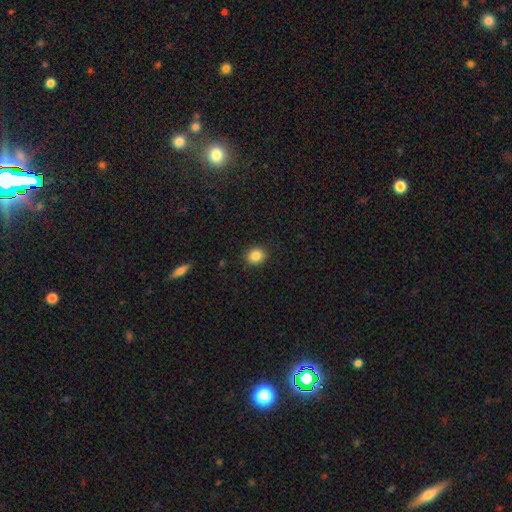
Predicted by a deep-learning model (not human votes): smooth-or-featured: smooth: 85% | star or artifact: 10% | featured or disk: 5%
  how-rounded: round: 72% | in between: 27% | cigar-shaped: 1%
  merging: none: 90% | minor disturbance: 7% | major disturbance: 2% | merger: 1%